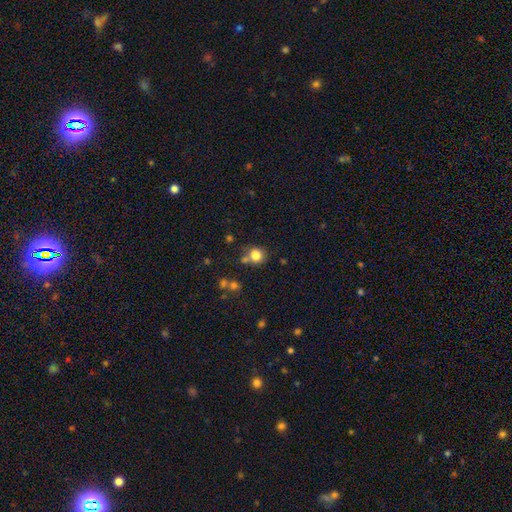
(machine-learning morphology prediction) smooth-or-featured: smooth: 81% | star or artifact: 12% | featured or disk: 7%
  how-rounded: round: 85% | in between: 14% | cigar-shaped: 1%
  merging: none: 63% | merger: 17% | minor disturbance: 14% | major disturbance: 5%